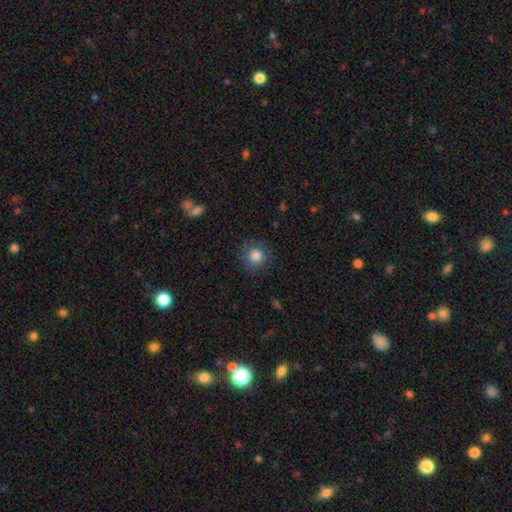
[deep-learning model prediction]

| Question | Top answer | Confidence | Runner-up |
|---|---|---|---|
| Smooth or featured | smooth | 83% | star or artifact (10%) |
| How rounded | round | 93% | in between (6%) |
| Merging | none | 86% | minor disturbance (10%) |